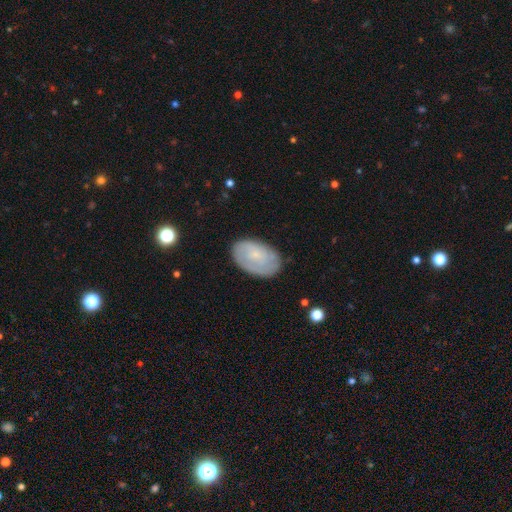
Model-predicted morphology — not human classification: Overall: smooth (56%; featured or disk 37%). How rounded: in between (90%). Merging: none (77%).